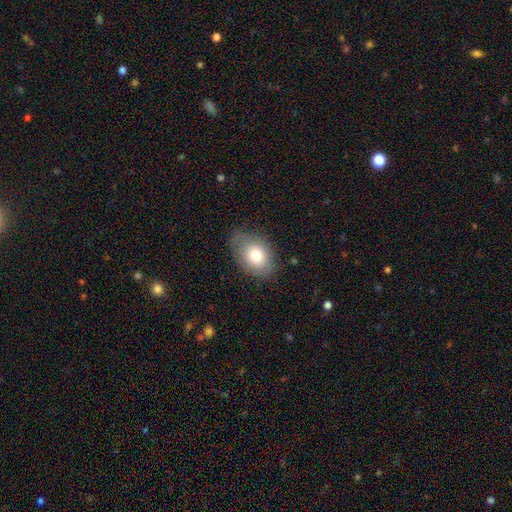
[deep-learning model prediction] Q: Smooth or featured?
A: smooth (77%); runner-up: featured or disk (16%)
Q: How rounded?
A: in between (80%); runner-up: round (19%)
Q: Merging?
A: none (68%); runner-up: minor disturbance (25%)